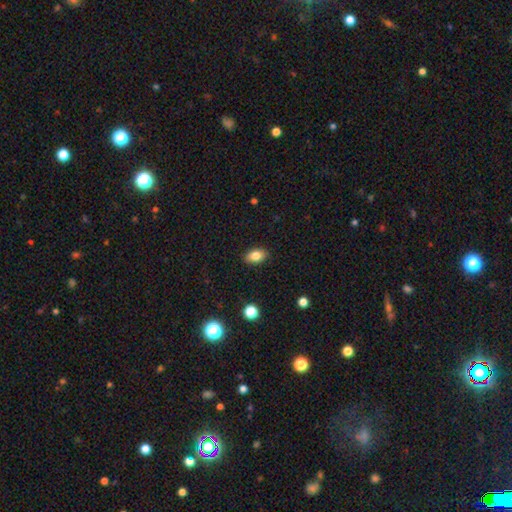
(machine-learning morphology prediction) Overall: smooth (82%). How rounded: in between (86%). Merging: none (88%).